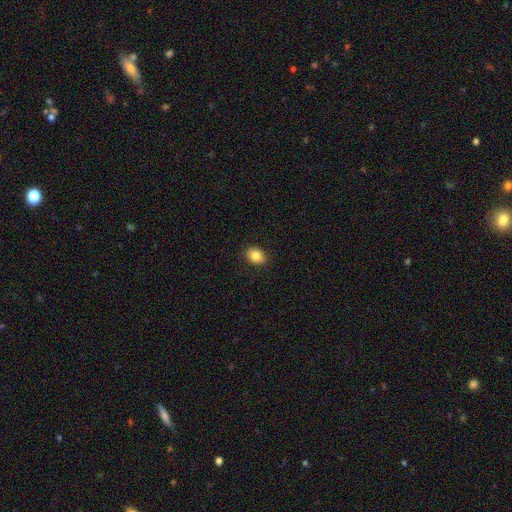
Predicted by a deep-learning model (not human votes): Smooth or featured?
  - smooth: 84% *
  - star or artifact: 9%
  - featured or disk: 7%
How rounded?
  - in between: 54% *
  - round: 45%
  - cigar-shaped: 1%
Merging?
  - none: 90% *
  - minor disturbance: 7%
  - major disturbance: 2%
  - merger: 1%